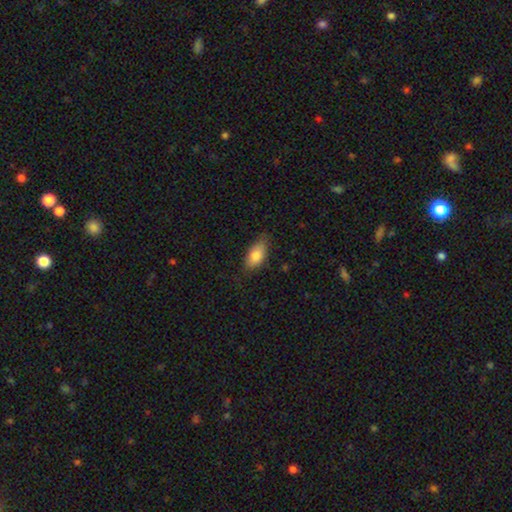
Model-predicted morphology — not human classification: Smooth or featured: smooth — 80% (featured or disk — 13%)
How rounded: in between — 89% (cigar-shaped — 7%)
Merging: none — 72% (minor disturbance — 22%)